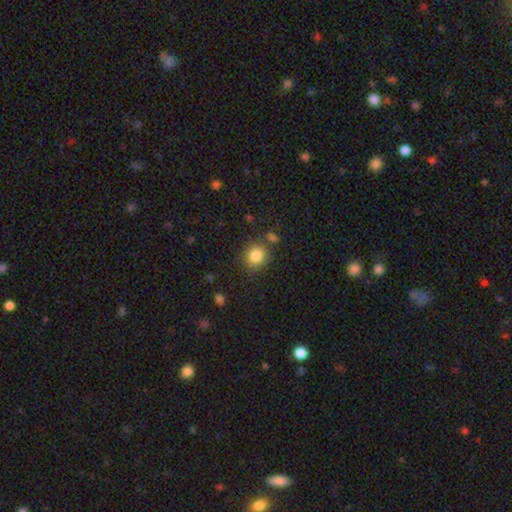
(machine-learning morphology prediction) The model was most divided on "how rounded": round: 79%, in between: 20%, cigar-shaped: 1%. More confident: smooth or featured — smooth (84%); merging — none (79%).